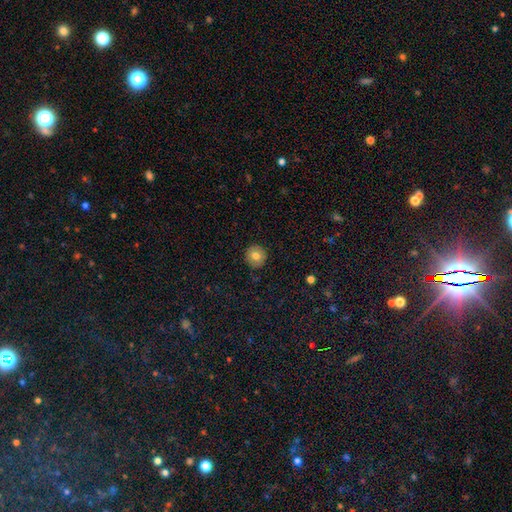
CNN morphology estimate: Q: Smooth or featured?
A: smooth (78%); runner-up: featured or disk (13%)
Q: How rounded?
A: round (94%); runner-up: in between (5%)
Q: Merging?
A: none (91%); runner-up: minor disturbance (7%)